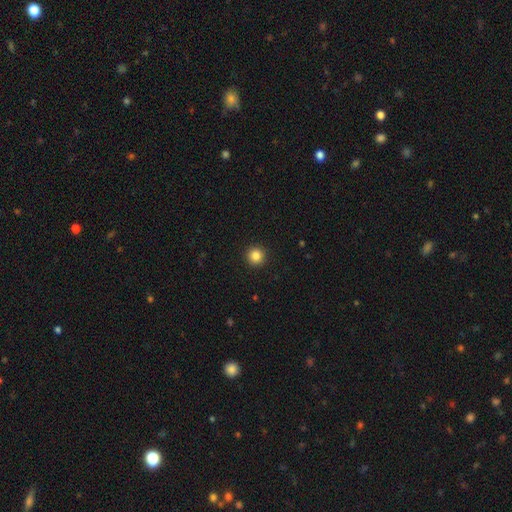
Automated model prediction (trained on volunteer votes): smooth_or_featured: smooth (p=0.85) [alt: star or artifact p=0.11]
how_rounded: round (p=0.96) [alt: in between p=0.04]
merging: none (p=0.93) [alt: minor disturbance p=0.04]